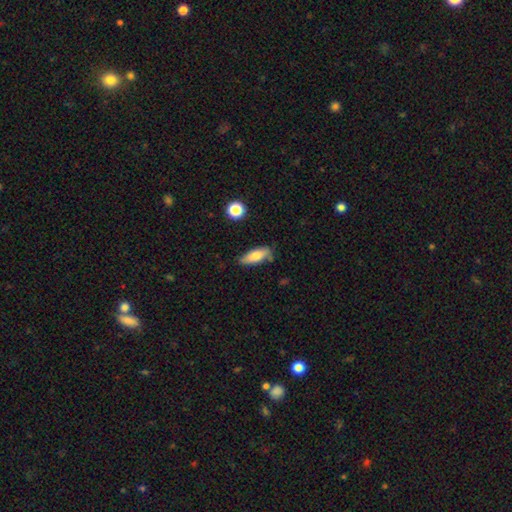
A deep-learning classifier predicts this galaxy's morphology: A smooth galaxy with no disk features (76%) that is in between round and cigar-shaped (63%).

Vote fractions:
- Smooth or featured? smooth: 76% / featured or disk: 17% / star or artifact: 7%
- How rounded? in between: 63% / cigar-shaped: 34% / round: 3%
- Merging? none: 74% / minor disturbance: 19% / merger: 4% / major disturbance: 4%